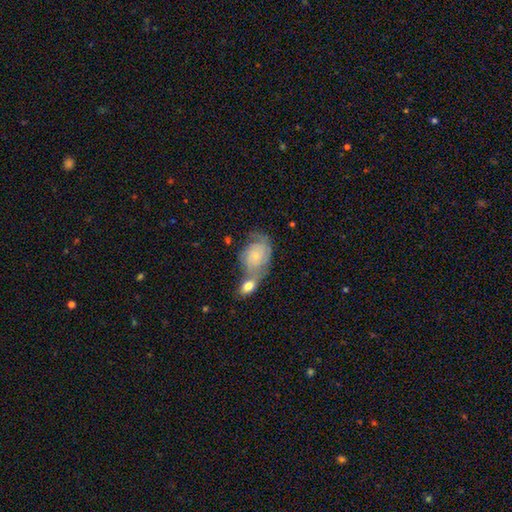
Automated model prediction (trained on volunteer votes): Smooth or featured? featured or disk (57%)
Edge-on disk? no (97%)
Bar? no (77%)
Spiral arms? yes (85%)
Bulge size? small (62%)
Merging? merger (43%)